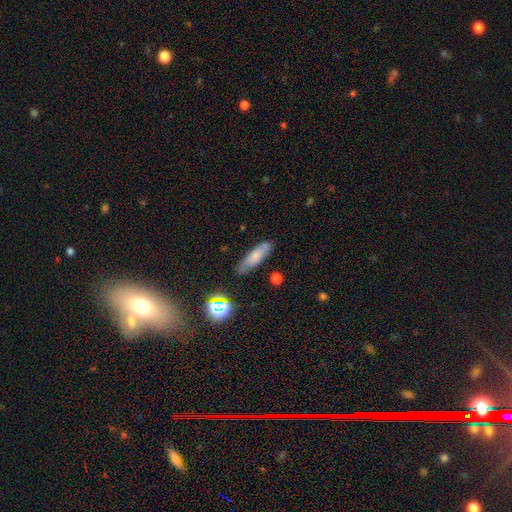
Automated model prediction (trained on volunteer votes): smooth_or_featured: smooth (p=0.66) [alt: featured or disk p=0.23]
how_rounded: cigar-shaped (p=0.64) [alt: in between p=0.33]
merging: none (p=0.77) [alt: minor disturbance p=0.16]